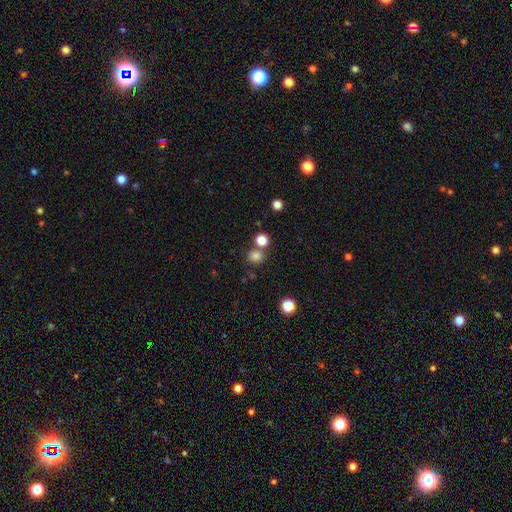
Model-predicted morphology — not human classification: The model was most divided on "merging": none: 70%, merger: 19%, minor disturbance: 8%, major disturbance: 3%. More confident: how rounded — round (83%); smooth or featured — smooth (80%).